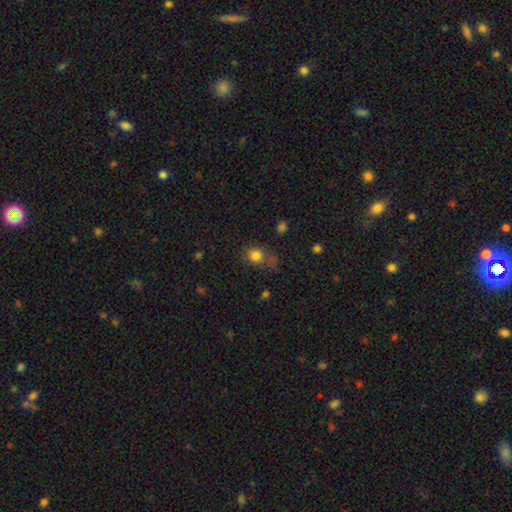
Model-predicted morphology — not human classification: Smooth or featured?
  - smooth: 80% *
  - star or artifact: 13%
  - featured or disk: 7%
How rounded?
  - round: 76% *
  - in between: 22%
  - cigar-shaped: 1%
Merging?
  - none: 59% *
  - minor disturbance: 21%
  - major disturbance: 11%
  - merger: 9%